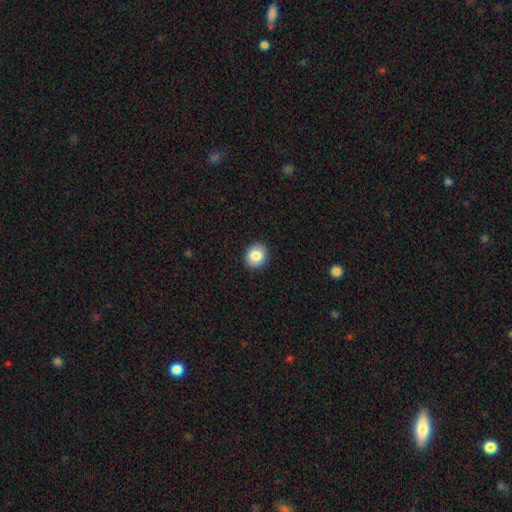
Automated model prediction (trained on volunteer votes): A smooth galaxy with no disk features (84%) that is round (75%). Merging: none (92%).